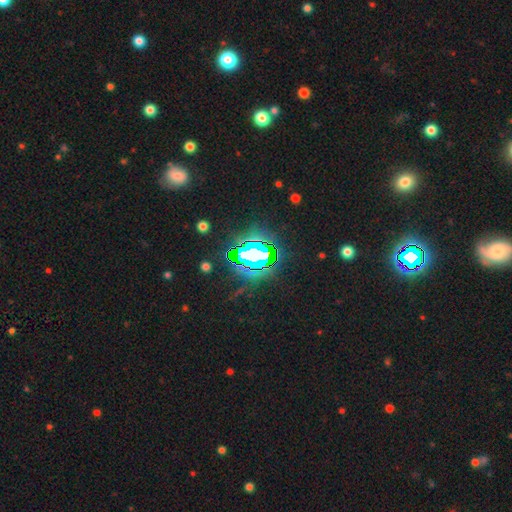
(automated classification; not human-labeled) A star or artifact, not a galaxy (74%).

Vote fractions:
- Smooth or featured? star or artifact: 74% / smooth: 13% / featured or disk: 13%